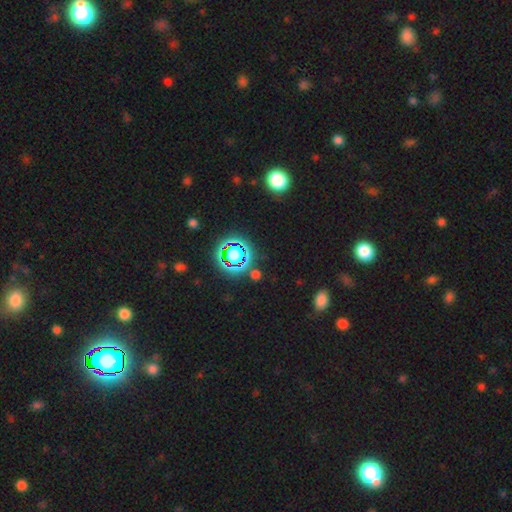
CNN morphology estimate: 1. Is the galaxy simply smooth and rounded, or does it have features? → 75% star or artifact, 17% smooth, 8% featured or disk.